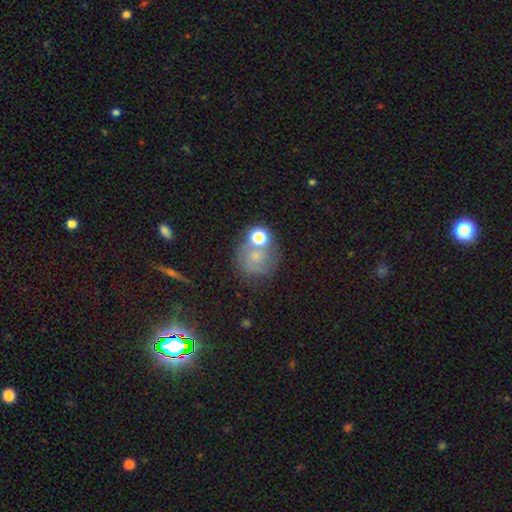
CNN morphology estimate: This appears to be a smooth galaxy with no disk features (52%) that is round (80%). Merging: none (52%).